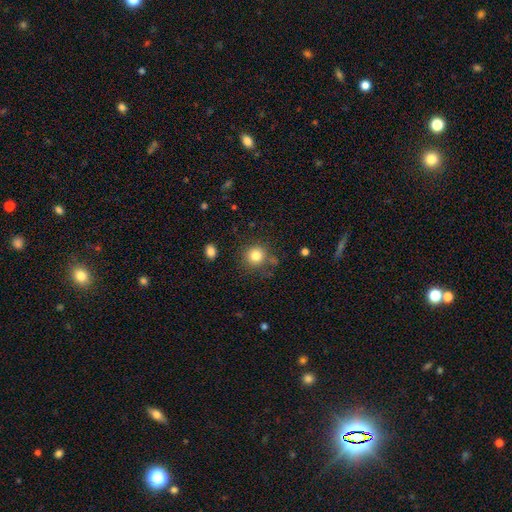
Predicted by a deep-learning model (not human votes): The model was most divided on "merging": none: 80%, minor disturbance: 12%, merger: 5%, major disturbance: 4%. More confident: how rounded — round (91%); smooth or featured — smooth (82%).